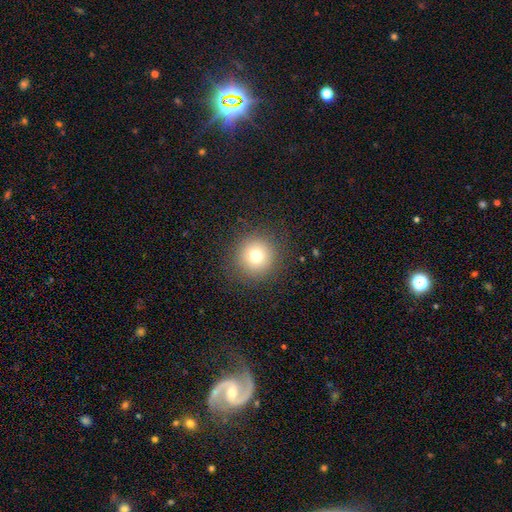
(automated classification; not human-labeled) A smooth galaxy with no disk features (75%) that is round (94%). Merging: none (89%).